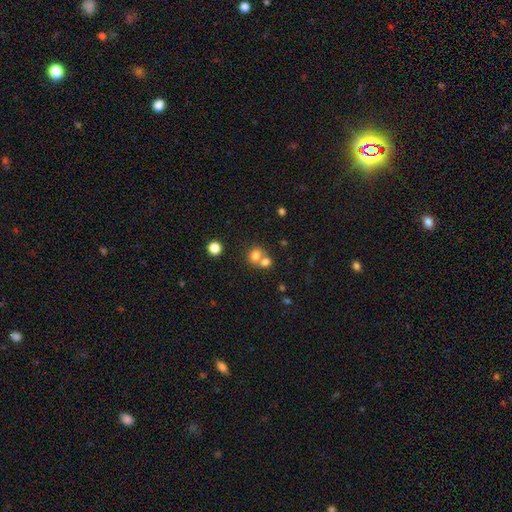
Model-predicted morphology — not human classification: This appears to be a smooth galaxy with no disk features (76%) that is round (72%). Merging: merger (55%).